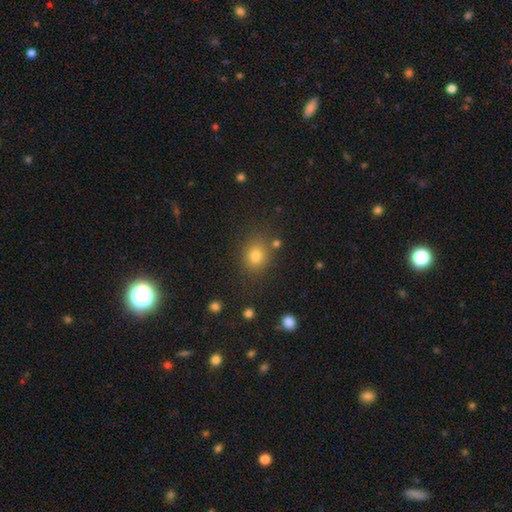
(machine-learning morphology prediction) Smooth or featured: smooth — 77% (star or artifact — 15%)
How rounded: round — 59% (in between — 39%)
Merging: none — 78% (minor disturbance — 12%)